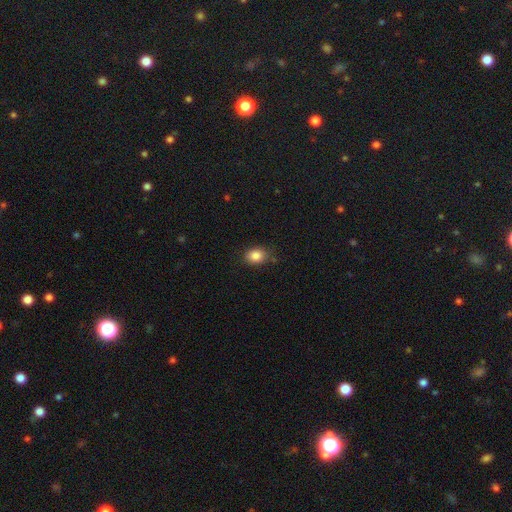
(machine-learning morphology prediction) A smooth galaxy with no disk features (86%) that is in between round and cigar-shaped (62%). Merging: none (80%).